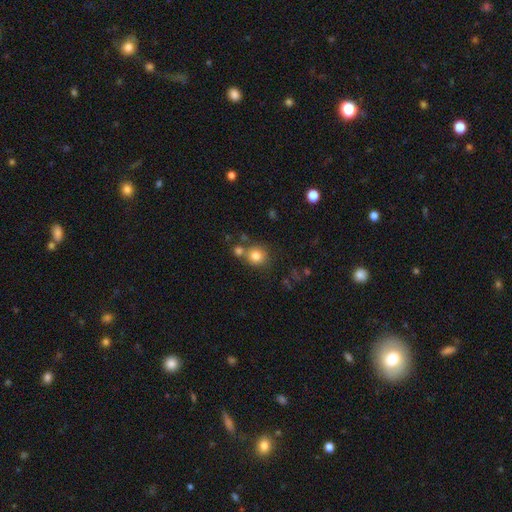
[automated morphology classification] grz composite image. It shows a smooth galaxy with no disk features (80%) that is round (89%). Merging: none (64%).